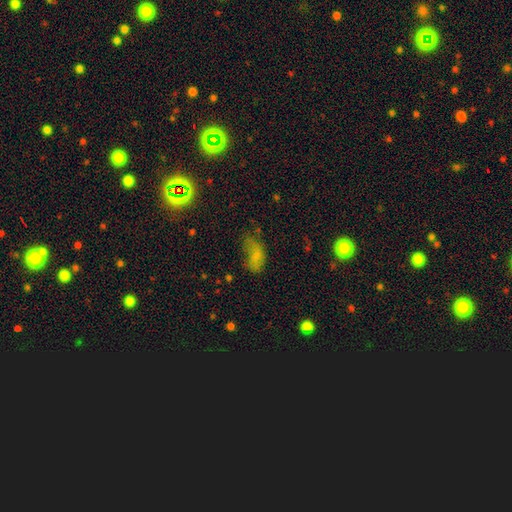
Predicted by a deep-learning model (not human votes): Q: Smooth or featured?
A: smooth (65%); runner-up: featured or disk (18%)
Q: How rounded?
A: in between (90%); runner-up: round (5%)
Q: Merging?
A: none (35%); runner-up: major disturbance (31%)